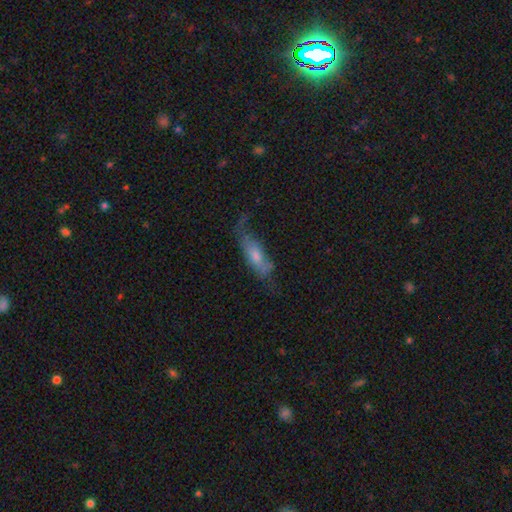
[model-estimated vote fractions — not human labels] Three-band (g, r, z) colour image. It shows a smooth galaxy with no disk features (50%) that is in between round and cigar-shaped (57%). Merging: none (43%).